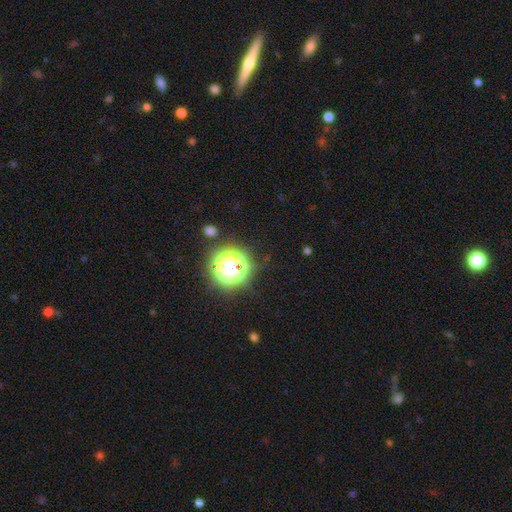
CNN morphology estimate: type=star or artifact (77%).